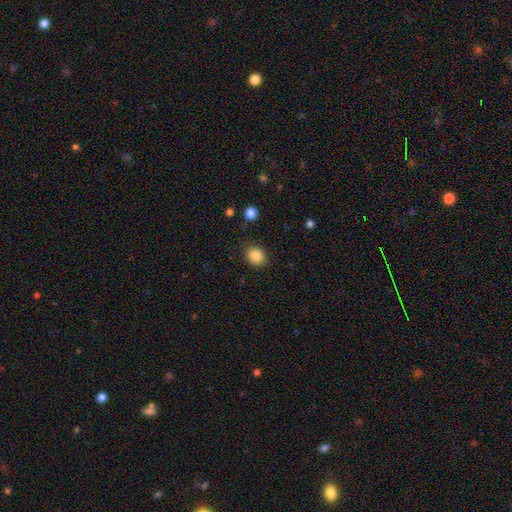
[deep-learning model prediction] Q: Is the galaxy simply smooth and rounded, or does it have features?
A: smooth — 86%.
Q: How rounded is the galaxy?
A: round — 63%.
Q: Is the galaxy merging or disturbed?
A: none — 86%.